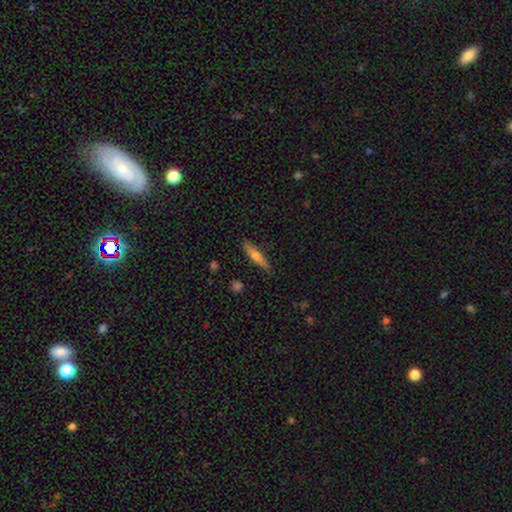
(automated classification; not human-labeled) The model was most divided on "smooth or featured": smooth: 56%, featured or disk: 37%, star or artifact: 7%. More confident: how rounded — cigar-shaped (88%); merging — none (88%).